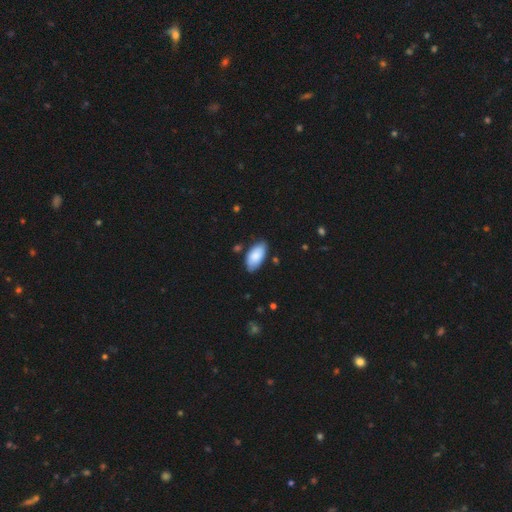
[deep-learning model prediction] Smooth or featured? Predicted: smooth (p=0.85). How rounded? Predicted: in between (p=0.95). Merging? Predicted: none (p=0.77).